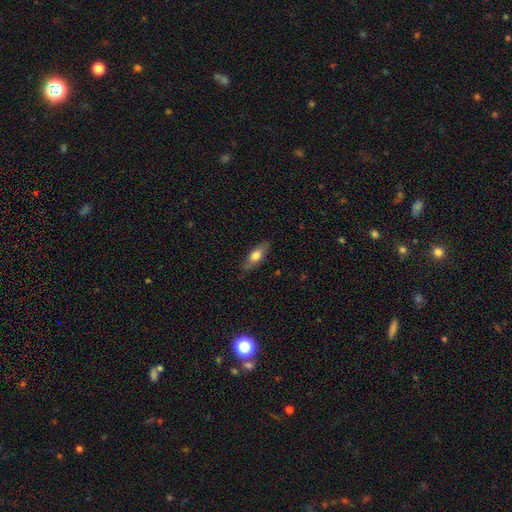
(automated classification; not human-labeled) smooth 67%, featured or disk 26%, star or artifact 6%. Down the decision tree: how rounded — in between (64%); merging — none (82%).